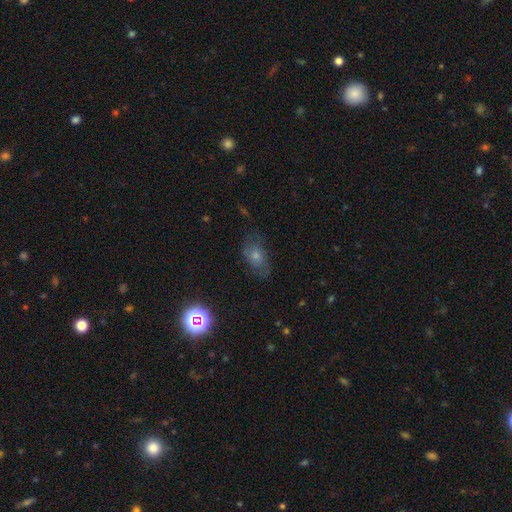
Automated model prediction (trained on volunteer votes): Smooth or featured?
  - smooth: 40% *
  - featured or disk: 37%
  - star or artifact: 23%
Merging?
  - none: 69% *
  - minor disturbance: 21%
  - major disturbance: 9%
  - merger: 1%